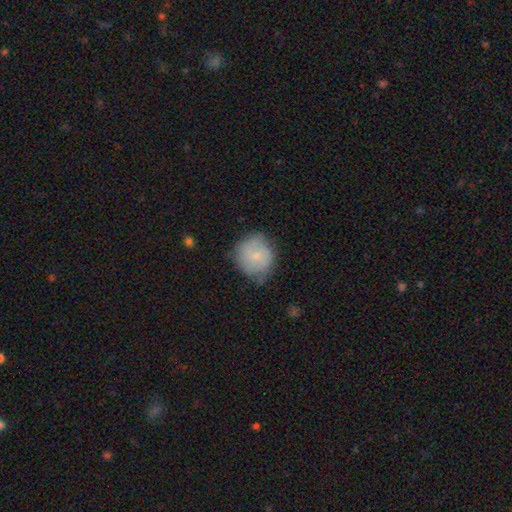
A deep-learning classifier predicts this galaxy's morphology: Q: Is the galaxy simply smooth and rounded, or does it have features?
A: smooth — 63%.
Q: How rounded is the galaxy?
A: round — 85%.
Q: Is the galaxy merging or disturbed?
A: none — 63%.